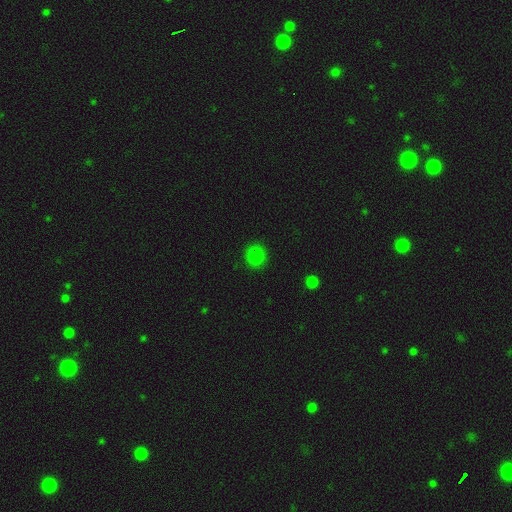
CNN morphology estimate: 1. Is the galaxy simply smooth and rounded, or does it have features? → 83% smooth, 13% star or artifact, 4% featured or disk.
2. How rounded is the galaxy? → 90% round, 9% in between, 1% cigar-shaped.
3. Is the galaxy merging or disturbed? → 90% none, 7% minor disturbance, 2% major disturbance, 1% merger.